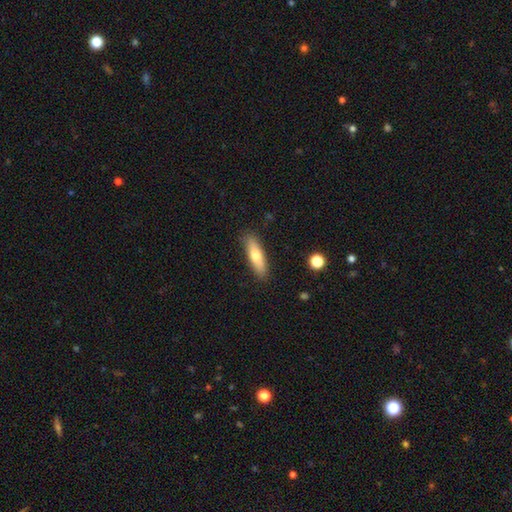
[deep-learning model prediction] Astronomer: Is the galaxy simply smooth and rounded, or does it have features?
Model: smooth — 69%.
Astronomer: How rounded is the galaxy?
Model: cigar-shaped — 61% (runner-up: in between, 37%).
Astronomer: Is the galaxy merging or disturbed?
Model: none — 87%.